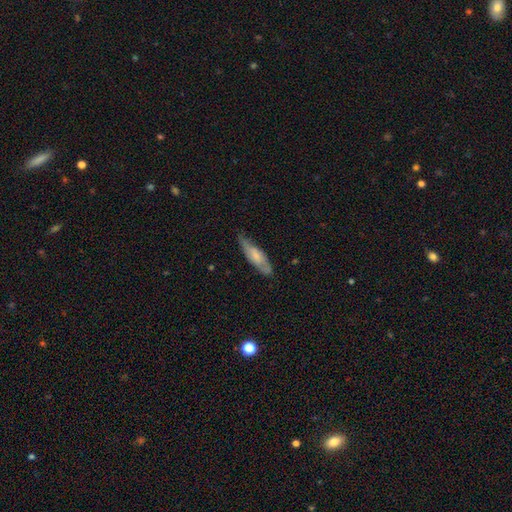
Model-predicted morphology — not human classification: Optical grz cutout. It shows a smooth galaxy with no disk features (50%). Merging: none (66%).